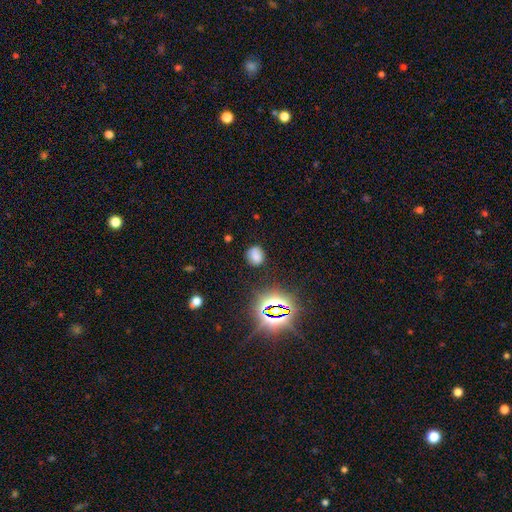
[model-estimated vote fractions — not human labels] smooth-or-featured: smooth: 69% | star or artifact: 22% | featured or disk: 9%
  how-rounded: round: 69% | in between: 30% | cigar-shaped: 1%
  merging: none: 80% | minor disturbance: 14% | major disturbance: 4% | merger: 2%